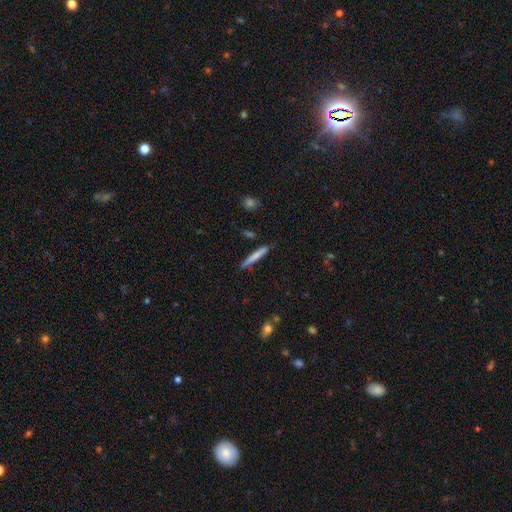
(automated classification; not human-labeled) Smooth or featured? Predicted: smooth (p=0.71). How rounded? Predicted: cigar-shaped (p=0.95). Merging? Predicted: none (p=0.84).